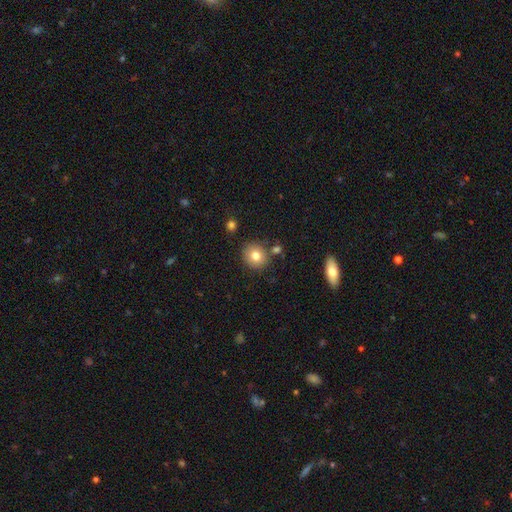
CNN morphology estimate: Overall: smooth (79%). How rounded: round (83%). Merging: none (80%).